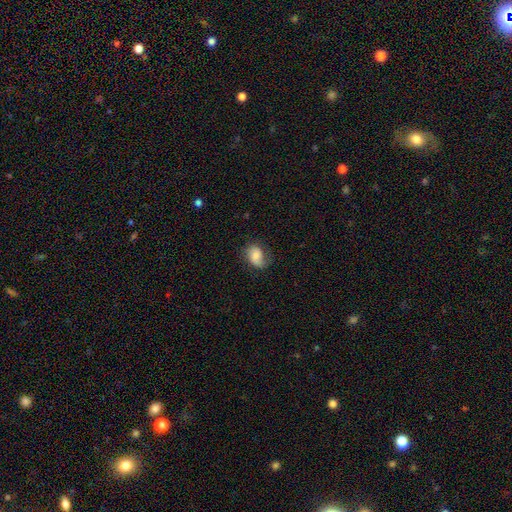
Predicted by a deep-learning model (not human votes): smooth 61%, featured or disk 30%, star or artifact 8%. Down the decision tree: how rounded — in between (70%); merging — none (60%).